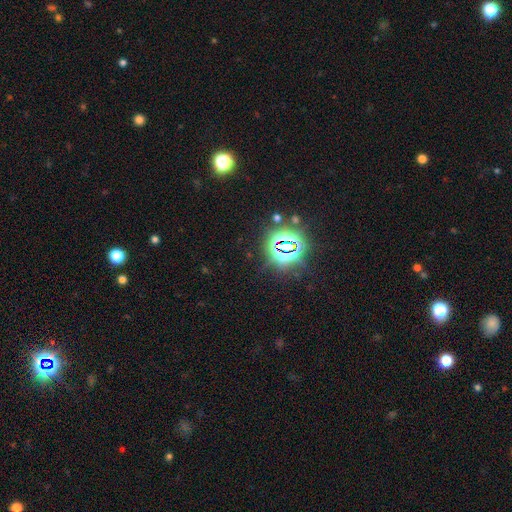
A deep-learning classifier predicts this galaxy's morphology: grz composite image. It shows a star or artifact, not a galaxy (79%).